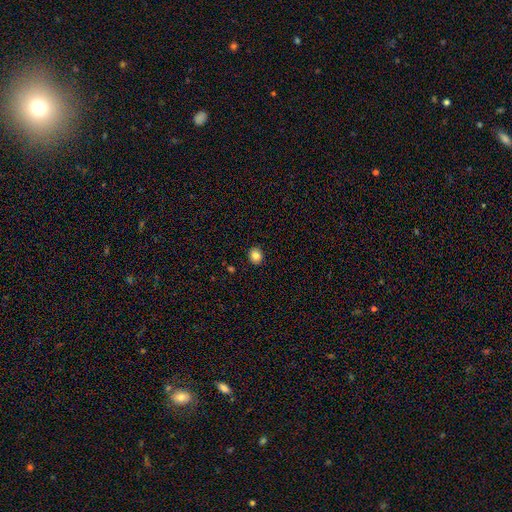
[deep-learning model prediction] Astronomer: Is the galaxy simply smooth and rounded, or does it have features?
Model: smooth — 83%.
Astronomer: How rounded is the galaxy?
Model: round — 67%.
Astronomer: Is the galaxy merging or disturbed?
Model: none — 90%.